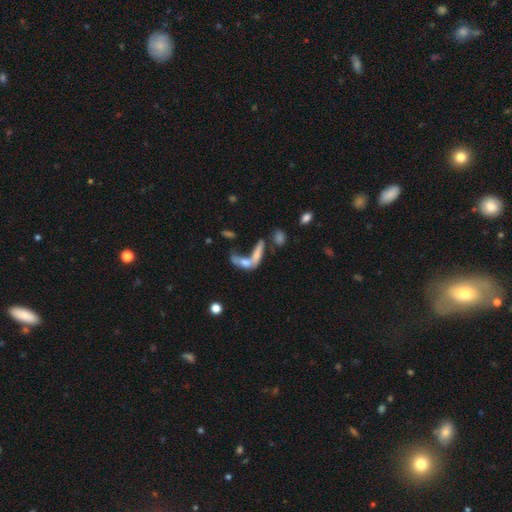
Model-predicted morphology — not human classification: Q: Smooth or featured?
A: smooth (55%); runner-up: featured or disk (32%)
Q: How rounded?
A: in between (48%); runner-up: cigar-shaped (46%)
Q: Merging?
A: merger (64%); runner-up: none (18%)